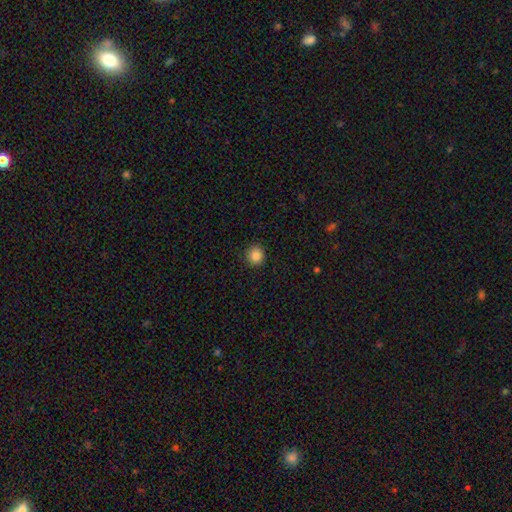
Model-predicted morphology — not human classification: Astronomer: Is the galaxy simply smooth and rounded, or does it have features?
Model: smooth — 86%.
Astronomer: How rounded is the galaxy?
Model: round — 91%.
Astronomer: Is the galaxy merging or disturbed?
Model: none — 91%.